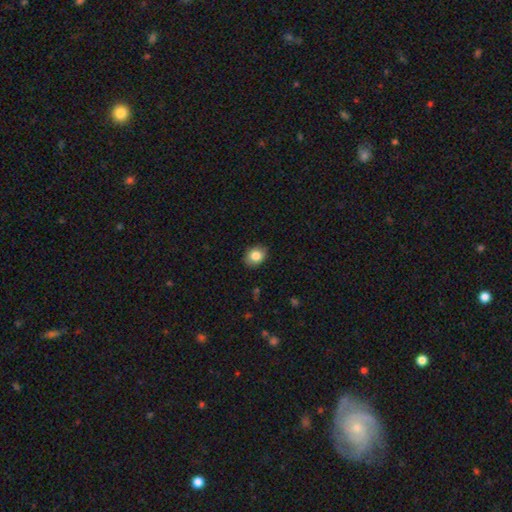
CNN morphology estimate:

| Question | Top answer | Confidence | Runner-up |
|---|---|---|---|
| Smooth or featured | smooth | 84% | star or artifact (8%) |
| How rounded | in between | 61% | round (38%) |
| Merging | none | 84% | minor disturbance (13%) |